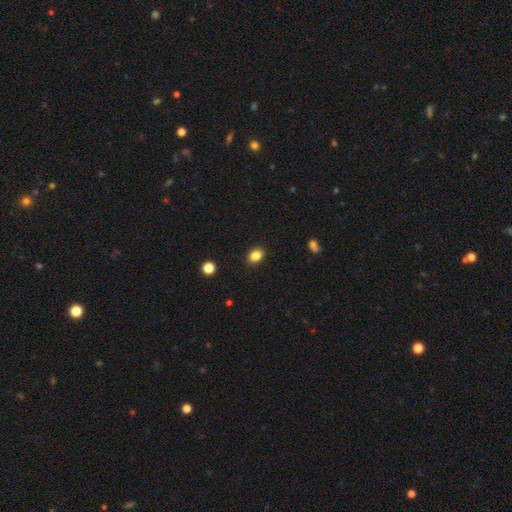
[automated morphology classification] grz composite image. It shows a smooth galaxy with no disk features (85%) that is in between round and cigar-shaped (61%). Merging: none (90%).